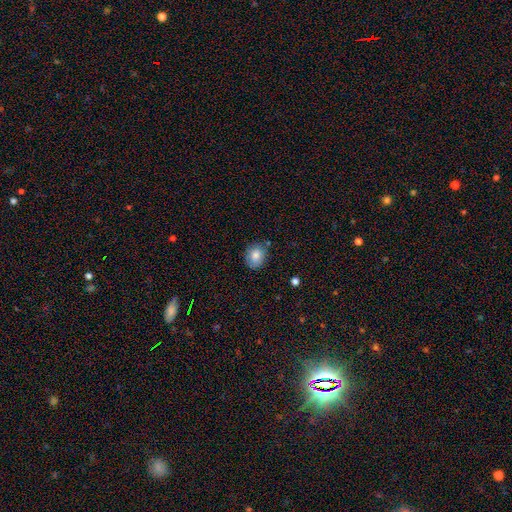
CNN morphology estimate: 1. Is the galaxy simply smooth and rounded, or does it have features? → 81% smooth, 10% featured or disk, 9% star or artifact.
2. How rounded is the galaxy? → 61% round, 38% in between, 1% cigar-shaped.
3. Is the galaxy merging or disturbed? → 77% none, 17% minor disturbance, 3% major disturbance, 3% merger.